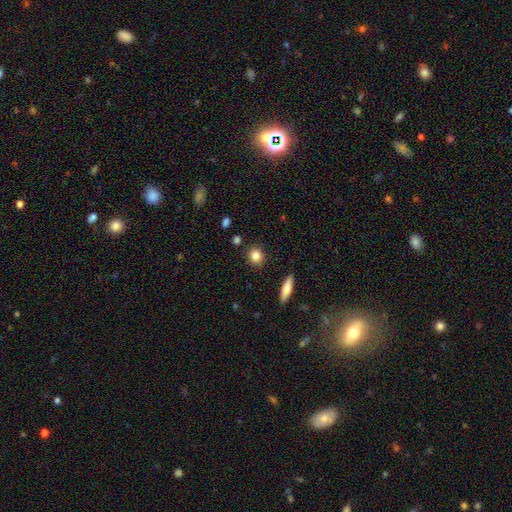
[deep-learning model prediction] Smooth or featured: smooth — 85% (star or artifact — 9%)
How rounded: round — 77% (in between — 20%)
Merging: none — 89% (minor disturbance — 7%)